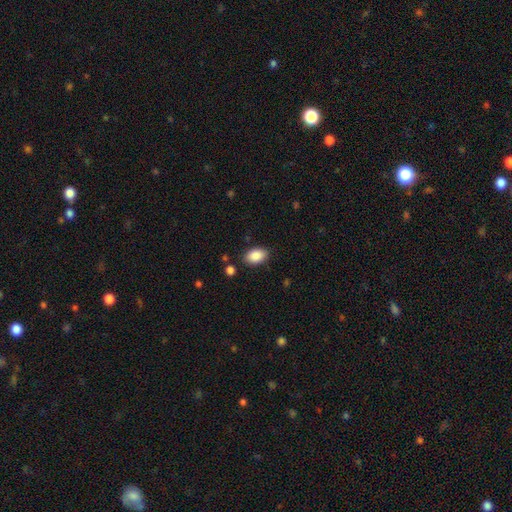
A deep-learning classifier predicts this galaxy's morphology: A smooth galaxy with no disk features (89%) that is in between round and cigar-shaped (90%). Merging: none (85%).